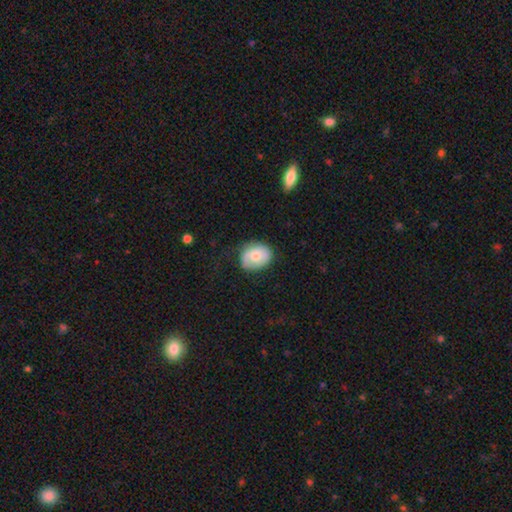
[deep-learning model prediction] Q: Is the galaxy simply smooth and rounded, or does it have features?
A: smooth — 65%.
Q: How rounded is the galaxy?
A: round — 50%.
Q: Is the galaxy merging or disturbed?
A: none — 70%.